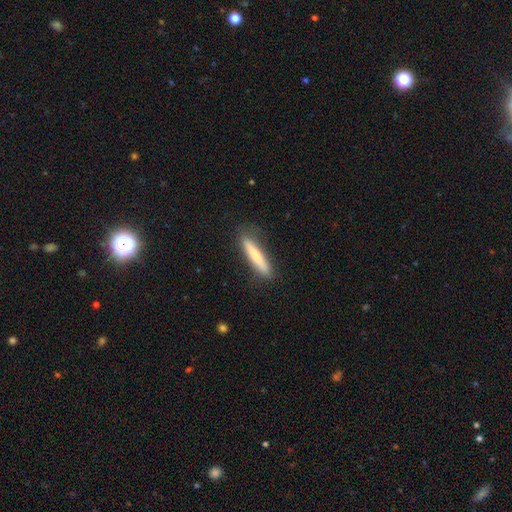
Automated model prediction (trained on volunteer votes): Smooth or featured: smooth — 77% (featured or disk — 17%)
How rounded: cigar-shaped — 91% (in between — 8%)
Merging: none — 85% (minor disturbance — 11%)